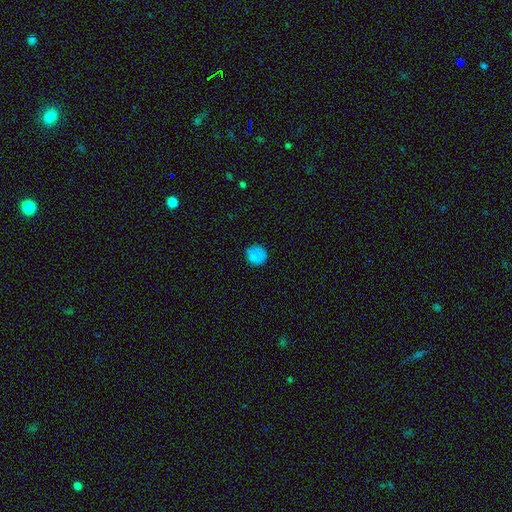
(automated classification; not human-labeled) Smooth or featured: smooth — 76% (star or artifact — 13%)
How rounded: round — 85% (in between — 14%)
Merging: none — 77% (minor disturbance — 15%)